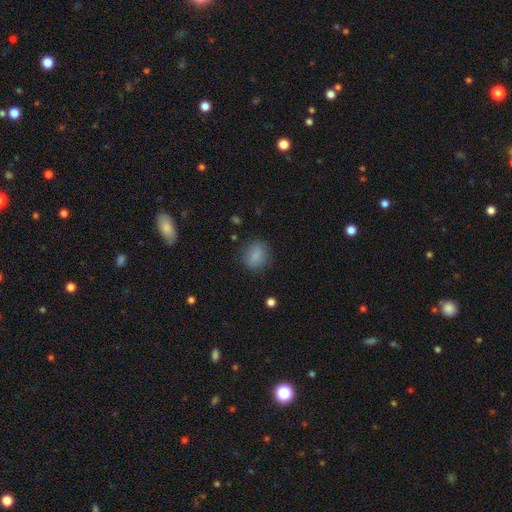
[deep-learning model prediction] A smooth galaxy with no disk features (83%) that is round (50%). Merging: none (79%).